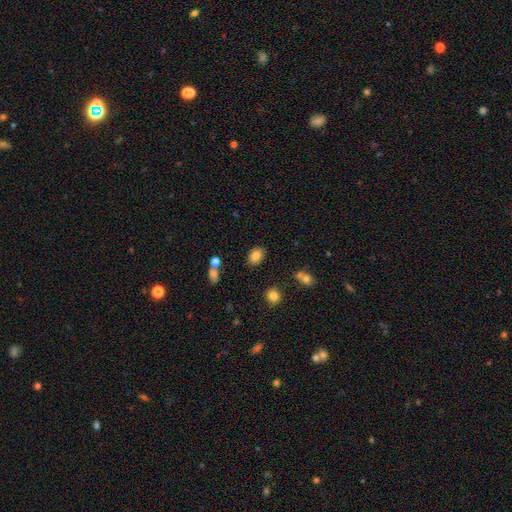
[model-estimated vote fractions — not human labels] Smooth or featured?
  - smooth: 82% *
  - star or artifact: 9%
  - featured or disk: 9%
How rounded?
  - in between: 81% *
  - round: 18%
  - cigar-shaped: 1%
Merging?
  - none: 83% *
  - minor disturbance: 10%
  - merger: 4%
  - major disturbance: 3%